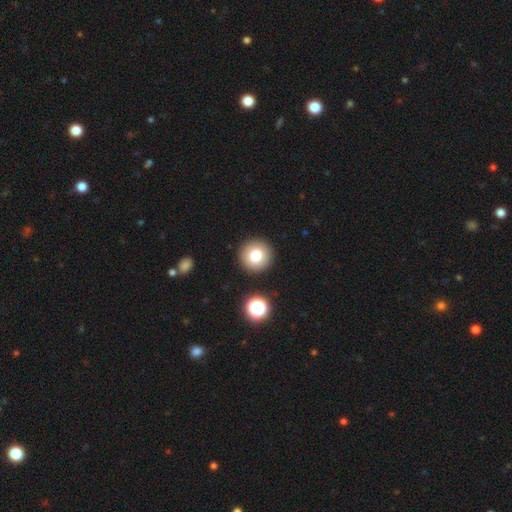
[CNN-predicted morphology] Q: Smooth or featured?
A: smooth (77%); runner-up: star or artifact (12%)
Q: How rounded?
A: round (95%); runner-up: in between (4%)
Q: Merging?
A: none (91%); runner-up: minor disturbance (5%)